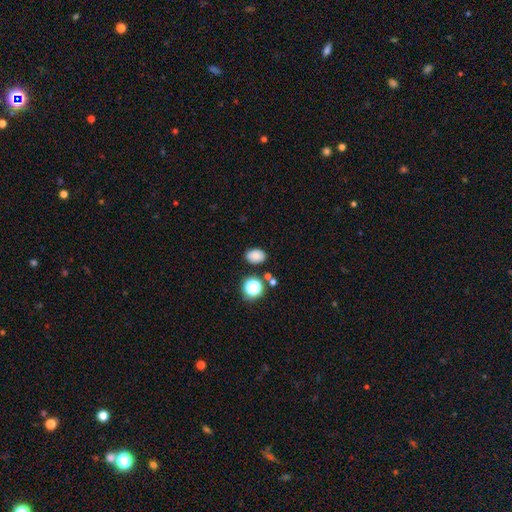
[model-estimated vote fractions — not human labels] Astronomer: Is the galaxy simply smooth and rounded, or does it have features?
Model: smooth — 79%.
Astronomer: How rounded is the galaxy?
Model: in between — 76%.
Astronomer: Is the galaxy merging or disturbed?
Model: none — 82%.